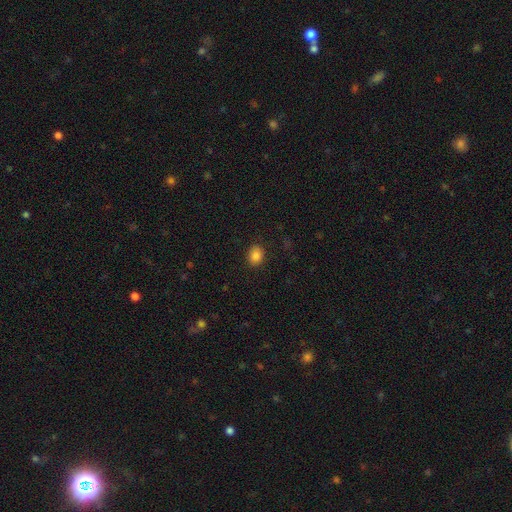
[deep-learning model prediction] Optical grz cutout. It shows a smooth galaxy with no disk features (85%) that is in between round and cigar-shaped (52%). Merging: none (87%).